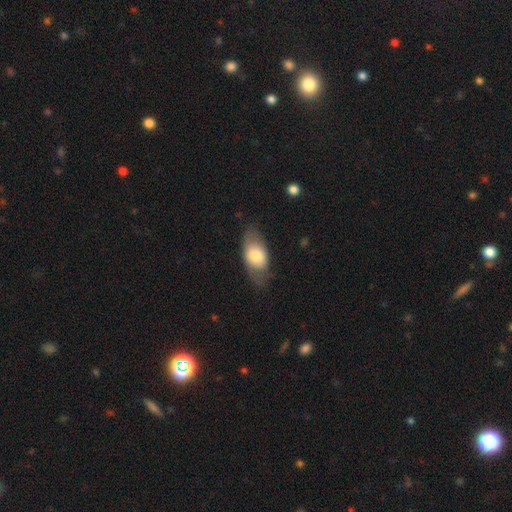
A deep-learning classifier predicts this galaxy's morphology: This appears to be a smooth galaxy with no disk features (68%) that is in between round and cigar-shaped (86%). Merging: none (64%).